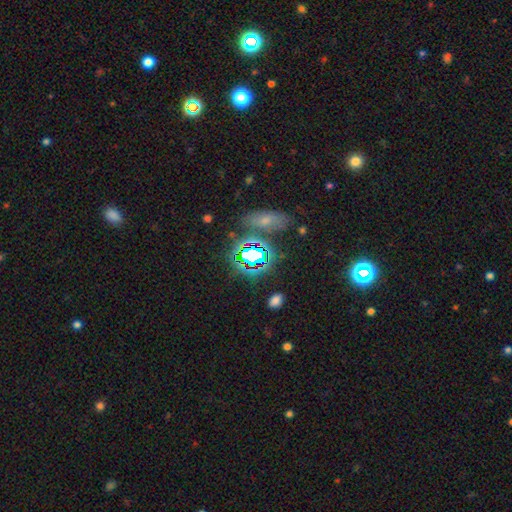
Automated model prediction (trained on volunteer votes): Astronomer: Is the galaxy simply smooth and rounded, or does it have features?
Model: star or artifact — 60%.